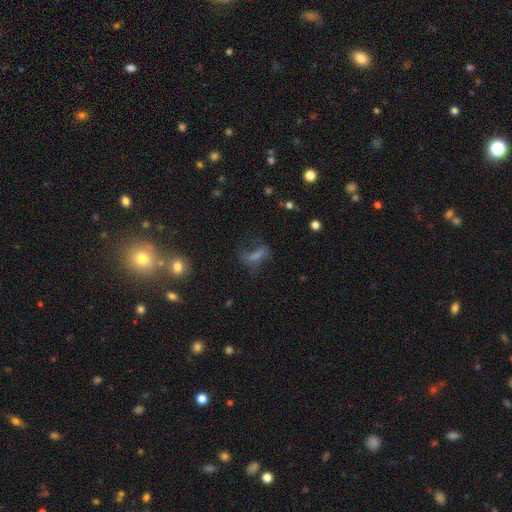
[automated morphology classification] Q: Smooth or featured?
A: smooth (43%); runner-up: star or artifact (29%)
Q: Merging?
A: none (45%); runner-up: major disturbance (26%)